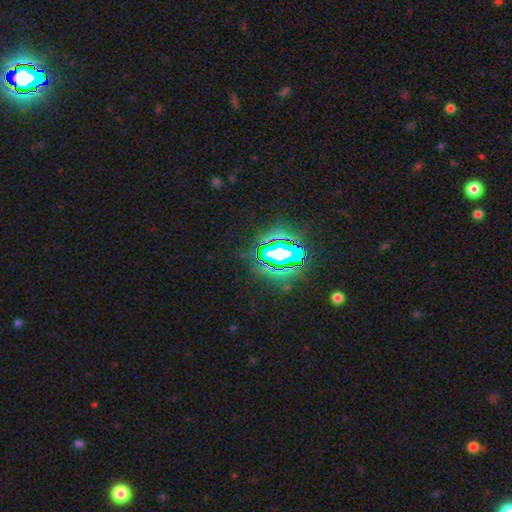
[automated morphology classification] star or artifact 84%, smooth 10%, featured or disk 6%.